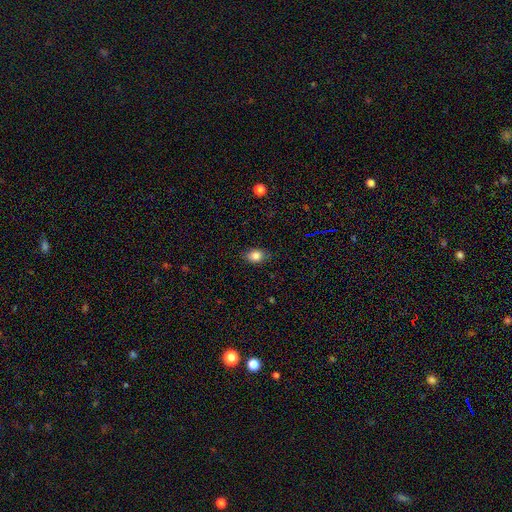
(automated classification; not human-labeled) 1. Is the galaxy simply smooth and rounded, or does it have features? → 83% smooth, 9% star or artifact, 7% featured or disk.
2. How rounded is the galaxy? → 71% in between, 28% round, 1% cigar-shaped.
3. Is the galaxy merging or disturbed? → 81% none, 15% minor disturbance, 3% major disturbance, 1% merger.